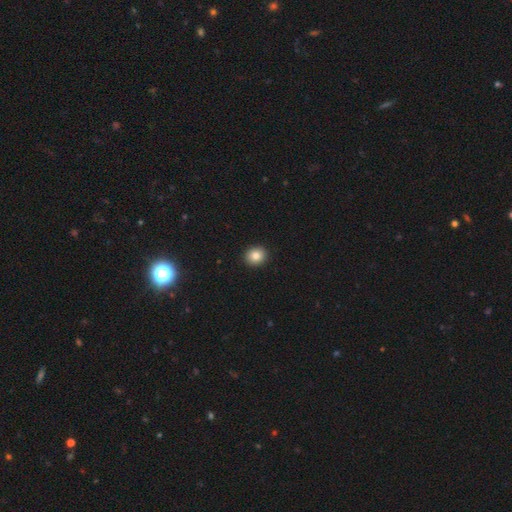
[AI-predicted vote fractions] This appears to be a smooth galaxy with no disk features (83%) that is round (76%). Merging: none (93%).